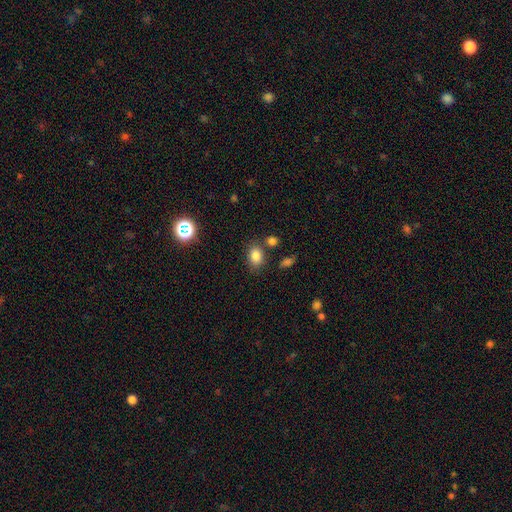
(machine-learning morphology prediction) This appears to be a smooth galaxy with no disk features (82%) that is in between round and cigar-shaped (63%). Merging: none (73%).